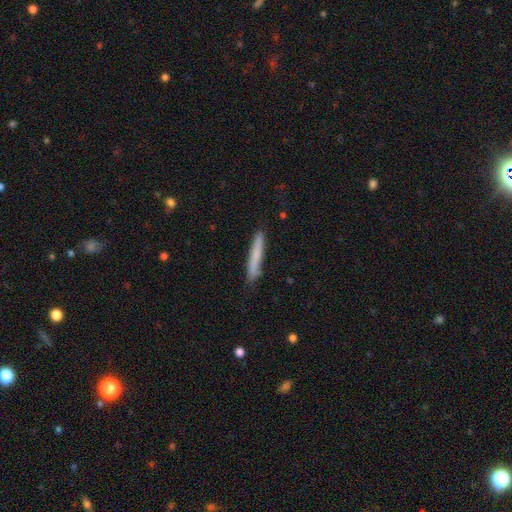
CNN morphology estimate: smooth-or-featured: smooth: 72% | featured or disk: 22% | star or artifact: 6%
  how-rounded: cigar-shaped: 96% | in between: 3% | round: 1%
  merging: none: 85% | minor disturbance: 11% | major disturbance: 2% | merger: 1%